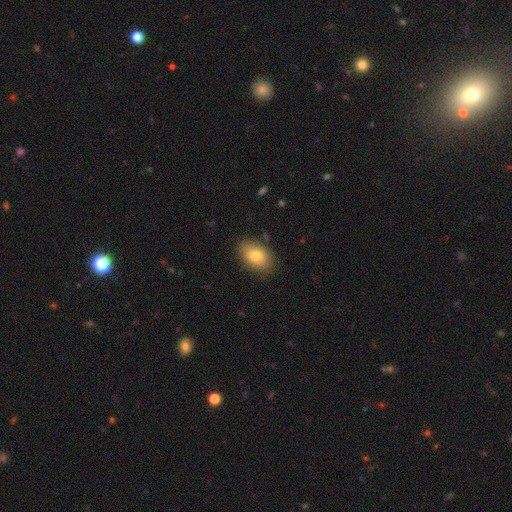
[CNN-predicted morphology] Smooth or featured?
  - smooth: 78% *
  - featured or disk: 14%
  - star or artifact: 8%
How rounded?
  - in between: 85% *
  - round: 13%
  - cigar-shaped: 1%
Merging?
  - none: 84% *
  - minor disturbance: 12%
  - major disturbance: 3%
  - merger: 1%